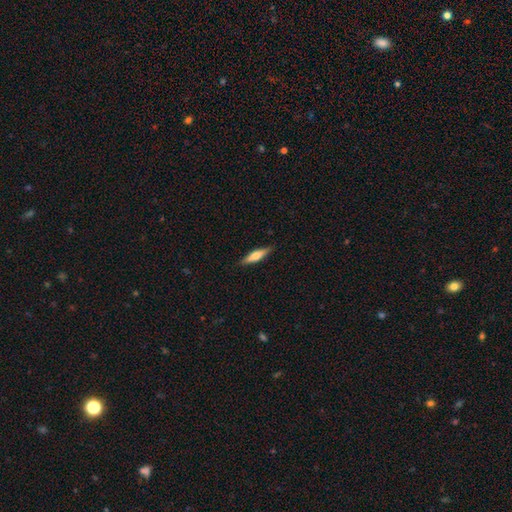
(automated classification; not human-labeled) Smooth or featured? smooth (52%)
How rounded? cigar-shaped (75%)
Merging? none (88%)